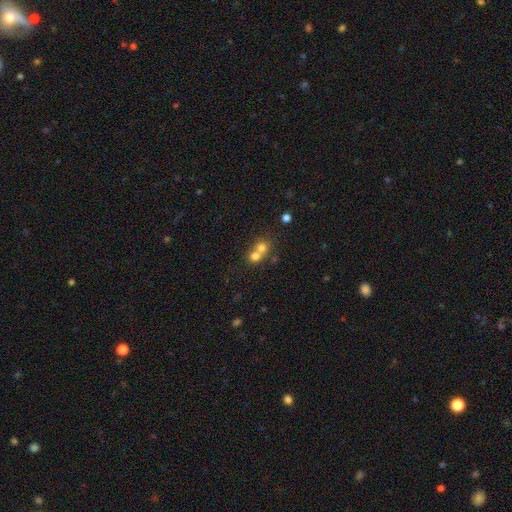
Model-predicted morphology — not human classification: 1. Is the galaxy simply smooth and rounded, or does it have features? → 72% smooth, 15% featured or disk, 13% star or artifact.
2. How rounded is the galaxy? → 78% round, 21% in between, 1% cigar-shaped.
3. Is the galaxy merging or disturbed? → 64% merger, 29% none, 5% minor disturbance, 3% major disturbance.